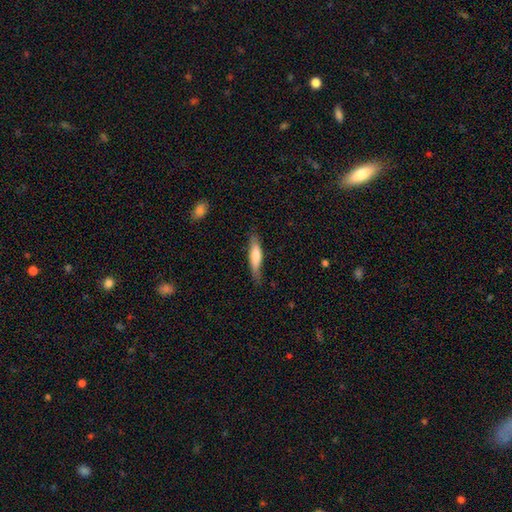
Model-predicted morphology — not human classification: A smooth galaxy with no disk features (69%) that is cigar-shaped (76%).

Vote fractions:
- Smooth or featured? smooth: 69% / featured or disk: 25% / star or artifact: 5%
- How rounded? cigar-shaped: 76% / in between: 23% / round: 2%
- Merging? none: 72% / minor disturbance: 22% / major disturbance: 4% / merger: 2%